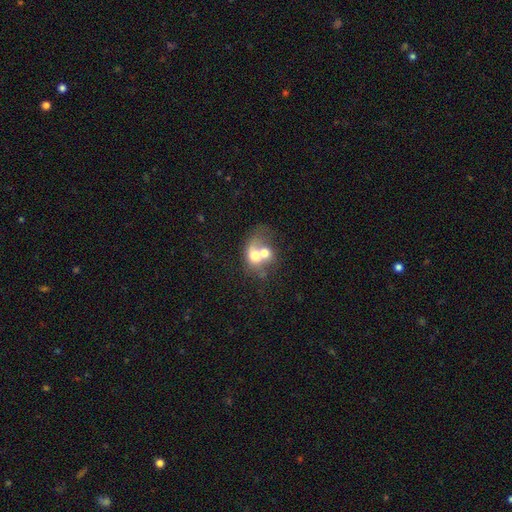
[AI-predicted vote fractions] Smooth or featured?
  - smooth: 55% *
  - featured or disk: 36%
  - star or artifact: 9%
How rounded?
  - round: 50% *
  - in between: 49%
  - cigar-shaped: 1%
Merging?
  - merger: 73% *
  - none: 12%
  - major disturbance: 9%
  - minor disturbance: 6%